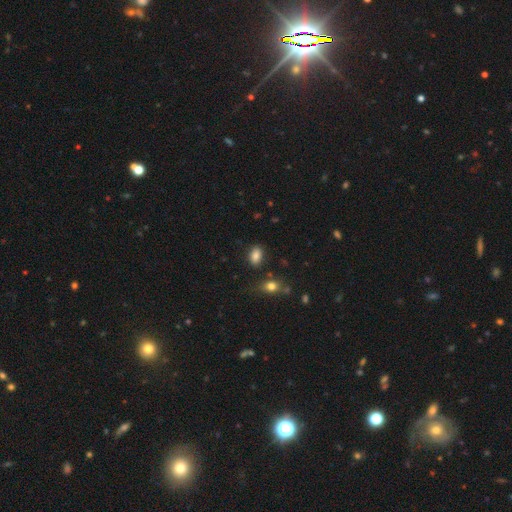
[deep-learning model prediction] A smooth galaxy with no disk features (84%) that is in between round and cigar-shaped (83%). Merging: none (83%).